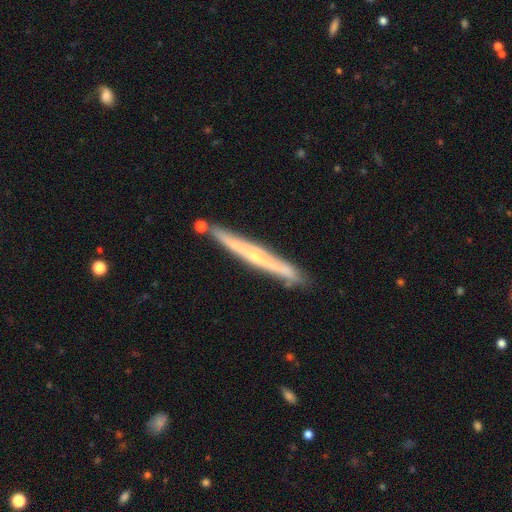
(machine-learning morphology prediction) smooth_or_featured: featured or disk (p=0.67) [alt: smooth p=0.27]
disk_edge_on: yes (p=0.95) [alt: no p=0.05]
edge_on_bulge: rounded (p=0.51) [alt: none p=0.44]
merging: none (p=0.84) [alt: minor disturbance p=0.11]